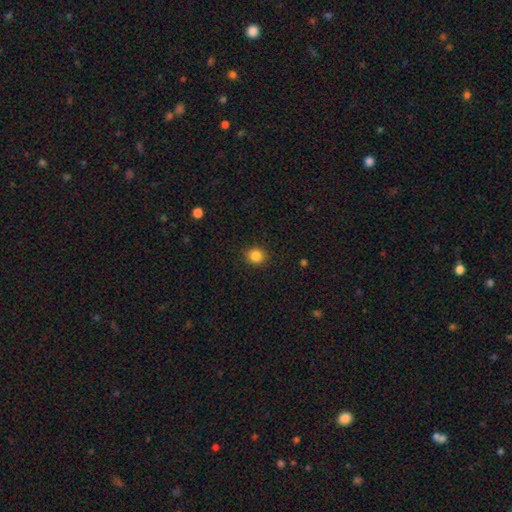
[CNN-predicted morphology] A smooth galaxy with no disk features (85%) that is round (88%). Merging: none (91%).